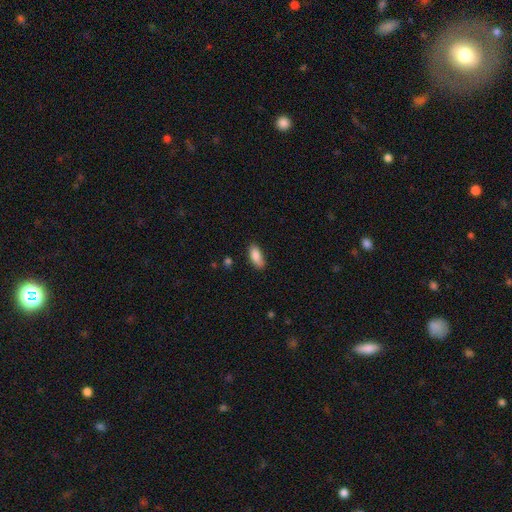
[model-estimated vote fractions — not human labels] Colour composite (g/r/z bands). It shows a smooth galaxy with no disk features (87%) that is in between round and cigar-shaped (82%). Merging: none (78%).